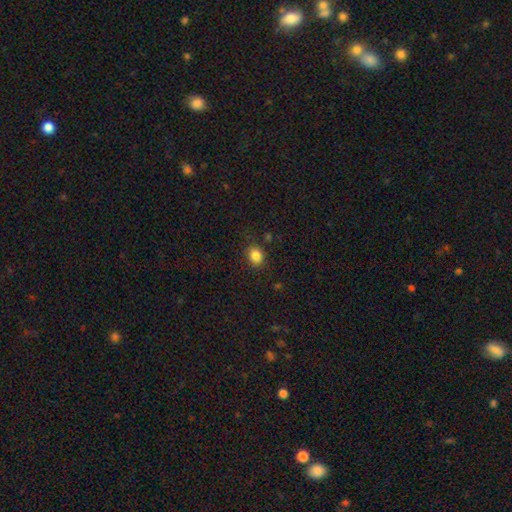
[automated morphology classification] A smooth galaxy with no disk features (84%) that is round (53%). Merging: none (83%).